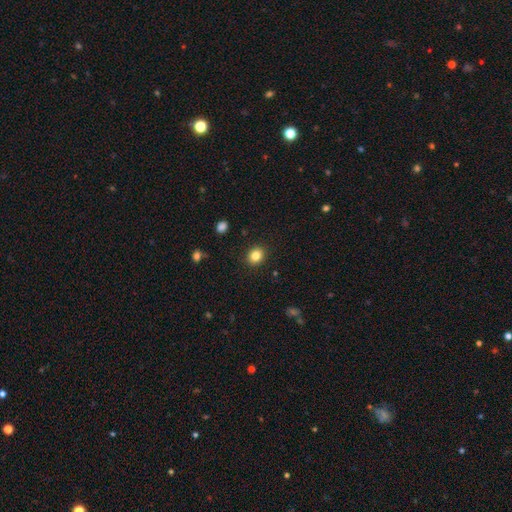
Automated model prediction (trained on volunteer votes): Overall: smooth (84%). How rounded: round (64%; in between 35%). Merging: none (90%).